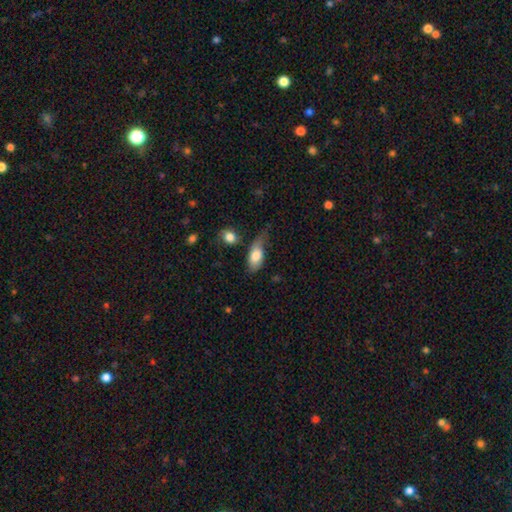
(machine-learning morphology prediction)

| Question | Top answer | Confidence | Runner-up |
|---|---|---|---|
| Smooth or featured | smooth | 77% | featured or disk (16%) |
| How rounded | in between | 87% | cigar-shaped (7%) |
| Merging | none | 36% | minor disturbance (35%) |